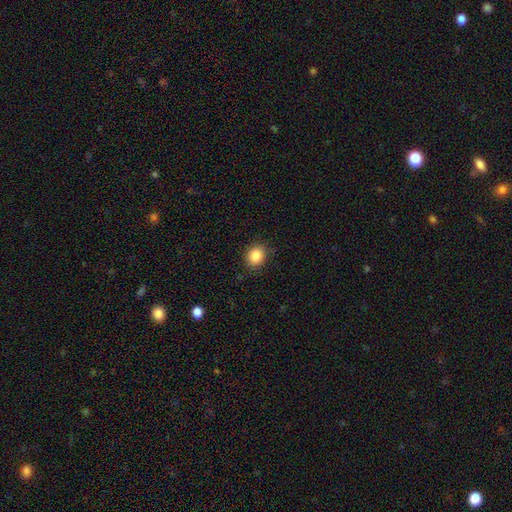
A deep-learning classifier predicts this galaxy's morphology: Smooth or featured? Predicted: smooth (p=0.86). How rounded? Predicted: round (p=0.70). Merging? Predicted: none (p=0.87).